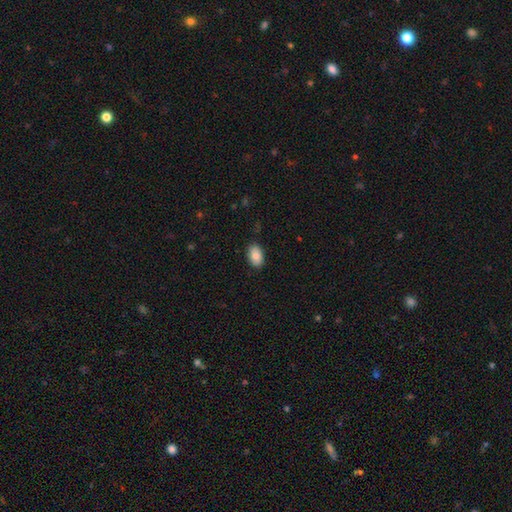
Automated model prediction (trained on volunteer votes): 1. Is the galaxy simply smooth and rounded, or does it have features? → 83% smooth, 10% featured or disk, 7% star or artifact.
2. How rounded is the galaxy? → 91% in between, 8% round, 1% cigar-shaped.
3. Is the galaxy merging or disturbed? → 87% none, 10% minor disturbance, 2% major disturbance, 1% merger.